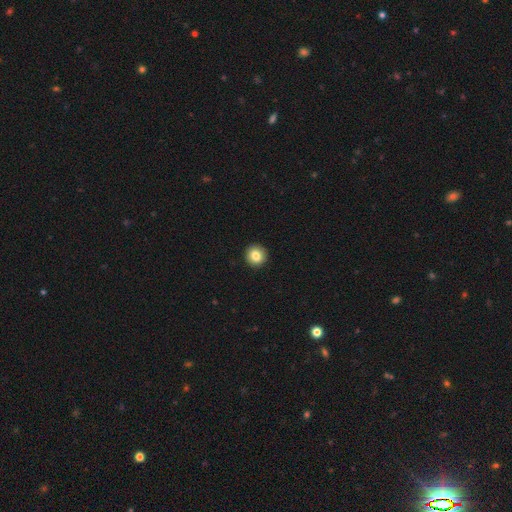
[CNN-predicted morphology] Smooth or featured? Predicted: smooth (p=0.83). How rounded? Predicted: round (p=0.94). Merging? Predicted: none (p=0.93).